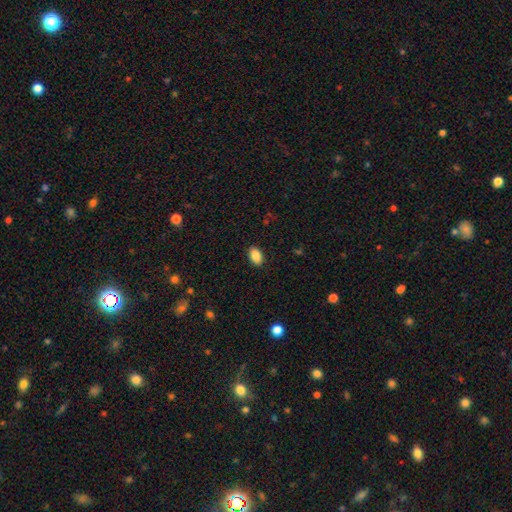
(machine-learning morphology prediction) This appears to be a smooth galaxy with no disk features (88%) that is in between round and cigar-shaped (91%). Merging: none (89%).